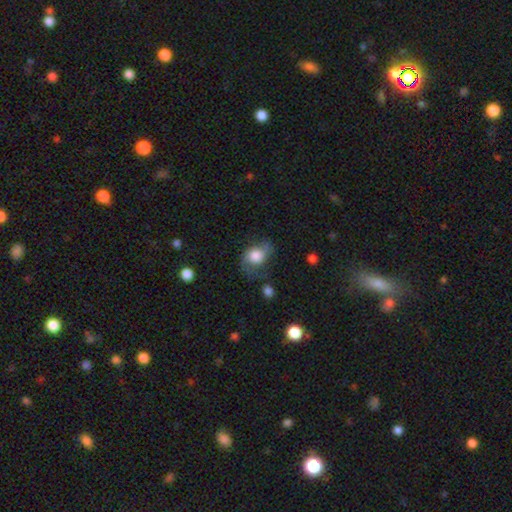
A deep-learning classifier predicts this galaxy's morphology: smooth_or_featured: smooth (p=0.56) [alt: featured or disk p=0.35]
how_rounded: in between (p=0.51) [alt: round p=0.48]
merging: none (p=0.46) [alt: minor disturbance p=0.29]